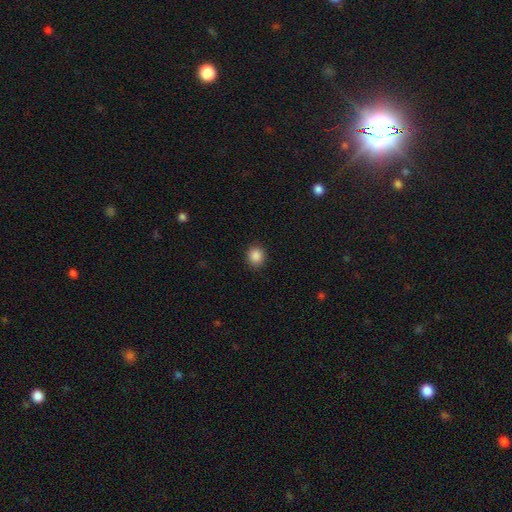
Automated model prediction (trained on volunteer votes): smooth_or_featured: smooth (p=0.87) [alt: star or artifact p=0.10]
how_rounded: round (p=0.80) [alt: in between p=0.19]
merging: none (p=0.91) [alt: minor disturbance p=0.06]